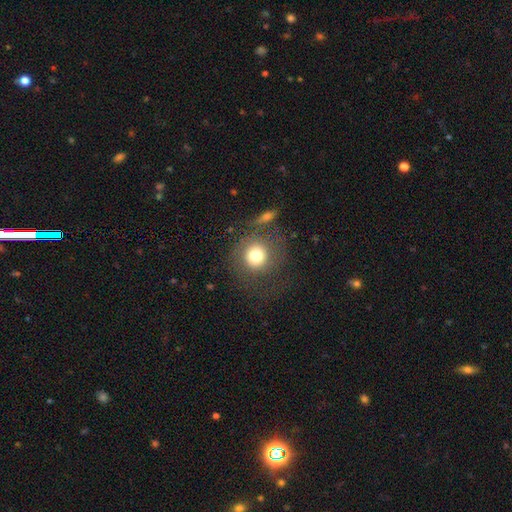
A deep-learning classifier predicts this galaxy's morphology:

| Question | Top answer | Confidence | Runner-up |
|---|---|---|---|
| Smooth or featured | smooth | 72% | featured or disk (18%) |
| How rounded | round | 90% | in between (9%) |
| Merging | none | 65% | minor disturbance (14%) |